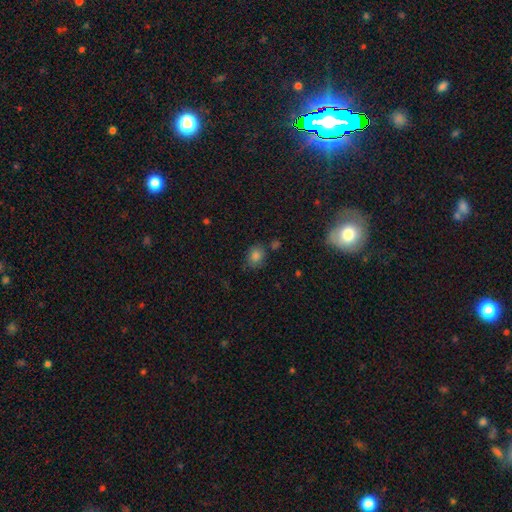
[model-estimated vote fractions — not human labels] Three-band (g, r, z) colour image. It shows a smooth galaxy with no disk features (81%) that is round (54%). Merging: none (73%).